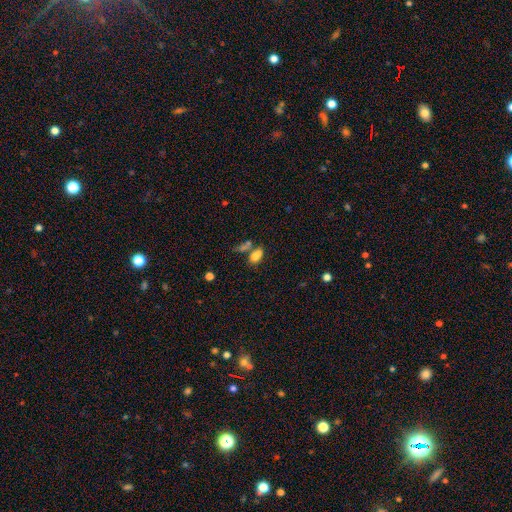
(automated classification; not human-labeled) Smooth or featured: smooth — 75% (star or artifact — 12%)
How rounded: in between — 84% (round — 11%)
Merging: none — 41% (merger — 37%)